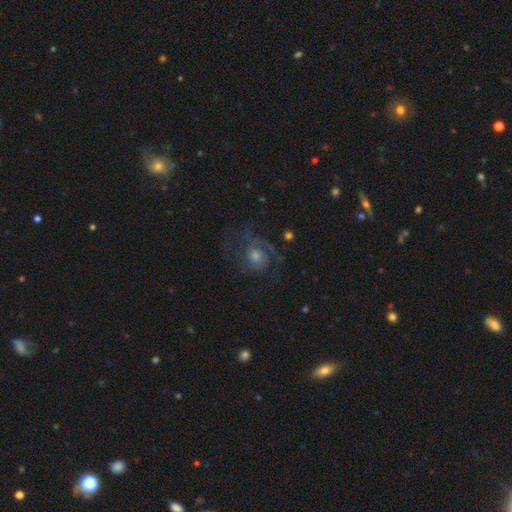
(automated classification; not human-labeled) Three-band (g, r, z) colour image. It shows a featured or disk galaxy (77%) with no bar (73%), 2 (44%) medium (46%) spiral arms (94%) and a moderate central bulge (55%). Merging: none (66%).